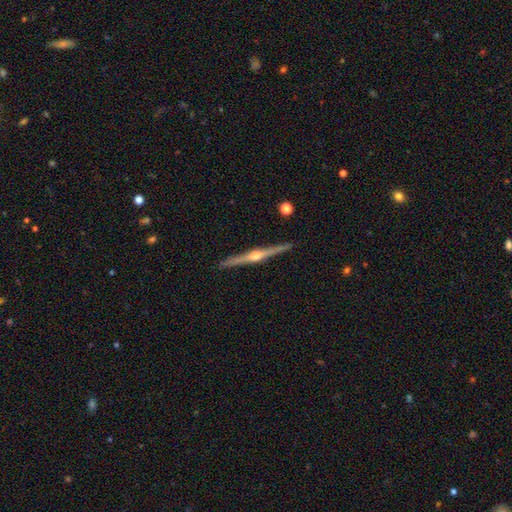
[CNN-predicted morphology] The model was most divided on "smooth or featured": featured or disk: 84%, smooth: 11%, star or artifact: 5%. More confident: edge-on disk — yes (99%); edge-on bulge — rounded (92%); merging — none (91%).